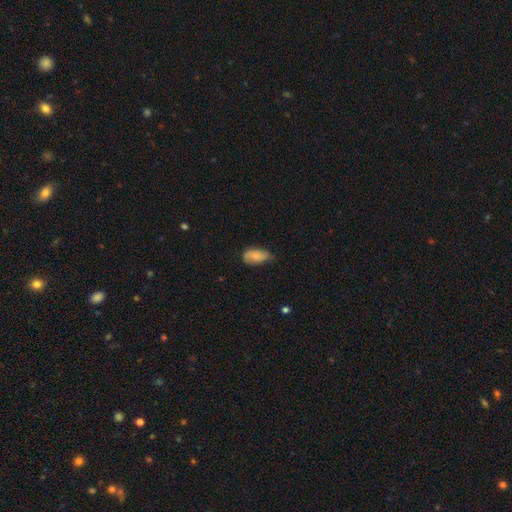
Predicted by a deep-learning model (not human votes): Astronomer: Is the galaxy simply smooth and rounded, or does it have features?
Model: smooth — 76%.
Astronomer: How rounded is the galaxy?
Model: in between — 93%.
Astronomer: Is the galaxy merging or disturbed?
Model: minor disturbance — 46% (runner-up: none, 43%).